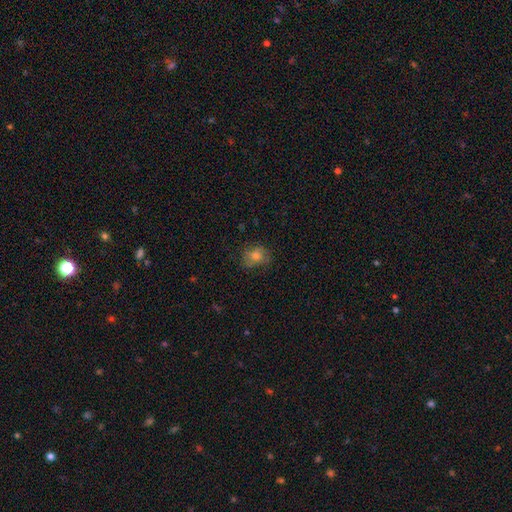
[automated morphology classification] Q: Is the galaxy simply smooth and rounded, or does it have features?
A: smooth — 68%.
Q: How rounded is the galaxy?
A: round — 64%.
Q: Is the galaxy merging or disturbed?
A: none — 68%.